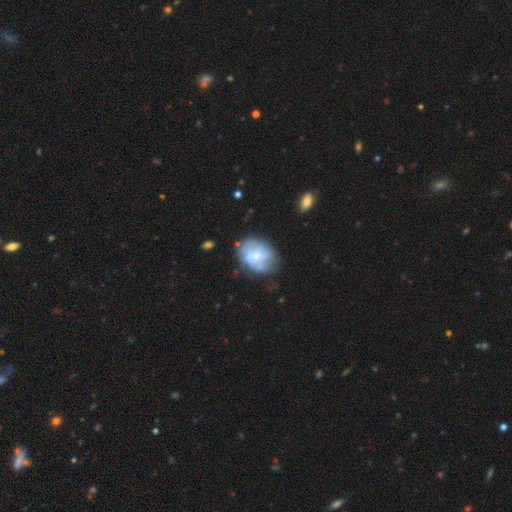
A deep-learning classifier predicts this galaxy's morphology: Q: Smooth or featured?
A: featured or disk (50%); runner-up: smooth (43%)
Q: Merging?
A: none (57%); runner-up: minor disturbance (26%)